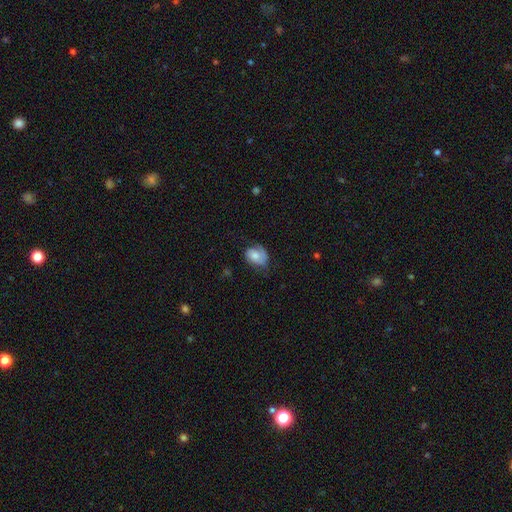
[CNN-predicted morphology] Smooth or featured?
  - smooth: 51% *
  - featured or disk: 41%
  - star or artifact: 7%
How rounded?
  - in between: 70% *
  - round: 29%
  - cigar-shaped: 1%
Merging?
  - none: 51% *
  - minor disturbance: 30%
  - major disturbance: 18%
  - merger: 2%